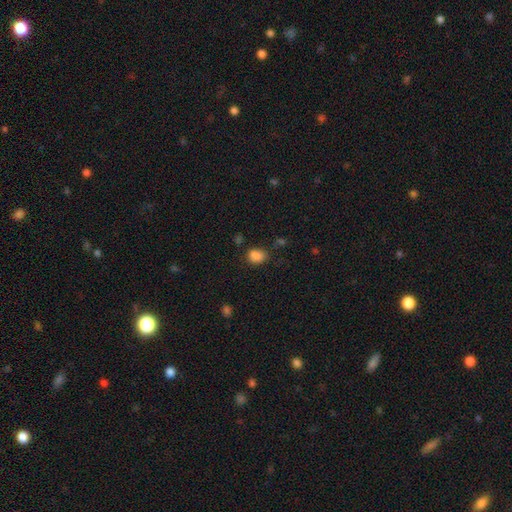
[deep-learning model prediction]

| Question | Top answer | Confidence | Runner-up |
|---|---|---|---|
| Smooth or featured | smooth | 84% | star or artifact (12%) |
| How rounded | in between | 63% | round (36%) |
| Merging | none | 66% | minor disturbance (22%) |